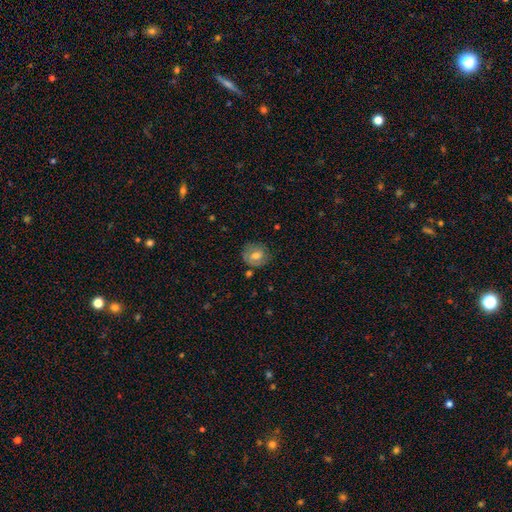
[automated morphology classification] A smooth galaxy with no disk features (63%) that is round (75%).

Vote fractions:
- Smooth or featured? smooth: 63% / featured or disk: 27% / star or artifact: 10%
- How rounded? round: 75% / in between: 24% / cigar-shaped: 1%
- Merging? none: 74% / minor disturbance: 18% / major disturbance: 5% / merger: 3%